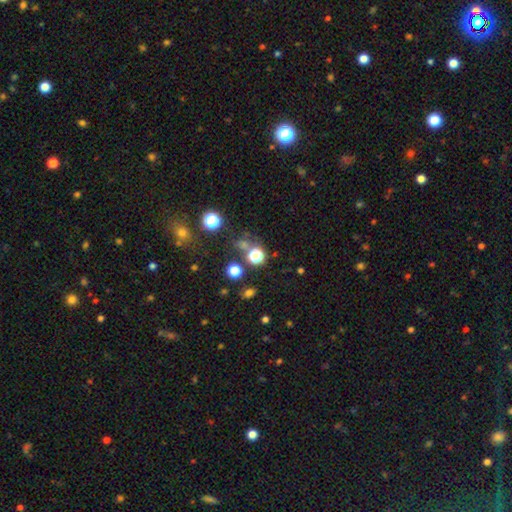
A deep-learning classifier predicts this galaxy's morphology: A star or artifact, not a galaxy (52%).

Vote fractions:
- Smooth or featured? star or artifact: 52% / smooth: 40% / featured or disk: 8%